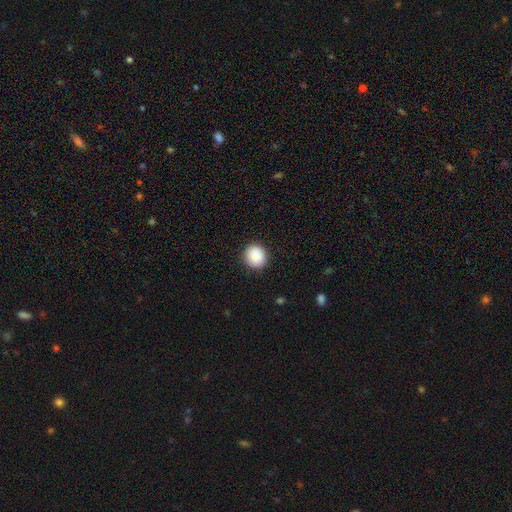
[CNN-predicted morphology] Smooth or featured: smooth — 90% (star or artifact — 8%)
How rounded: round — 88% (in between — 11%)
Merging: none — 91% (minor disturbance — 6%)